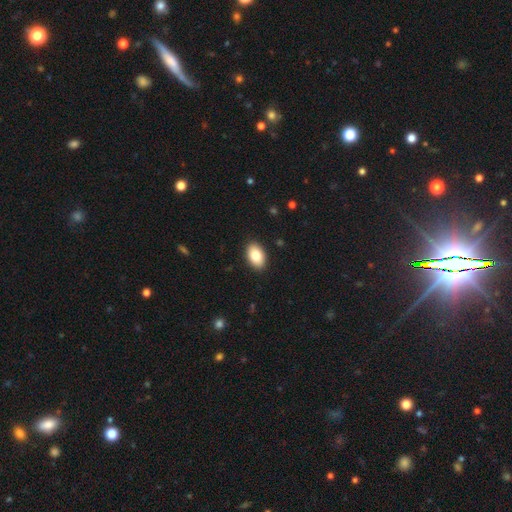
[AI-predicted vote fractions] A smooth galaxy with no disk features (83%) that is in between round and cigar-shaped (92%). Merging: none (90%).